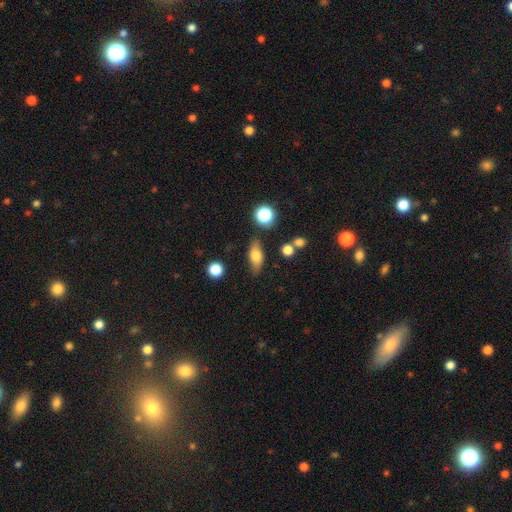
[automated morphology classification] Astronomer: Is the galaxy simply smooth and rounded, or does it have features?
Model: smooth — 68%.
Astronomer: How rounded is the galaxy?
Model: in between — 74%.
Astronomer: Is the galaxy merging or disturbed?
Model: none — 78%.